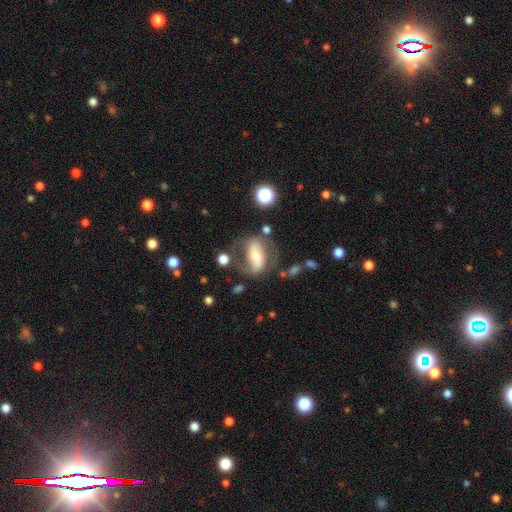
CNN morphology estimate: Q: Smooth or featured?
A: featured or disk (68%); runner-up: smooth (24%)
Q: Edge-on disk?
A: no (91%); runner-up: yes (9%)
Q: Bar?
A: strong (54%); runner-up: weak (25%)
Q: Spiral arms?
A: yes (76%); runner-up: no (24%)
Q: Bulge size?
A: moderate (56%); runner-up: small (31%)
Q: Merging?
A: none (60%); runner-up: minor disturbance (18%)